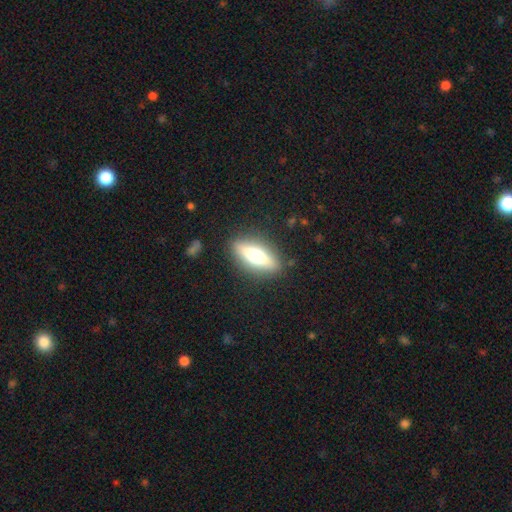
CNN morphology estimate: smooth 53%, featured or disk 40%, star or artifact 7%. Down the decision tree: how rounded — in between (60%); merging — none (86%).